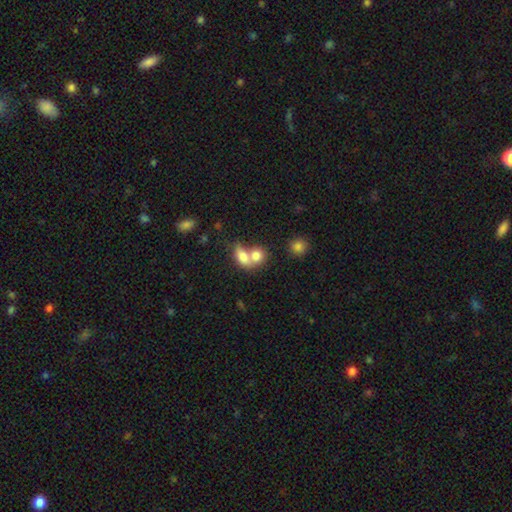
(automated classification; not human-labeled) This is likely a smooth galaxy (77%). How rounded: likely in between (68%). Merging: likely merger (70%).